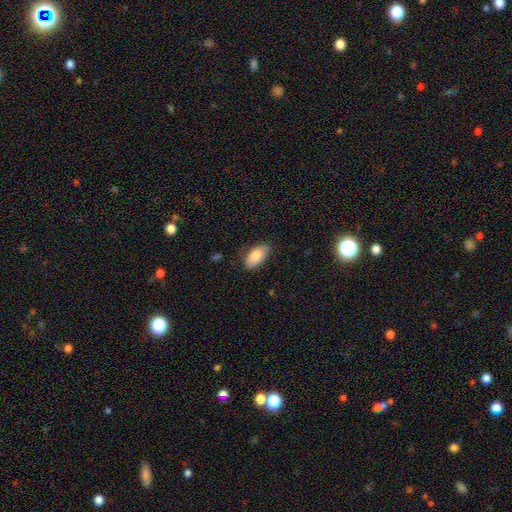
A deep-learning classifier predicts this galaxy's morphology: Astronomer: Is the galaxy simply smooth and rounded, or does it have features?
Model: smooth — 84%.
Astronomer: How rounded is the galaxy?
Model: in between — 94%.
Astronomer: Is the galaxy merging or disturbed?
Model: none — 76%.